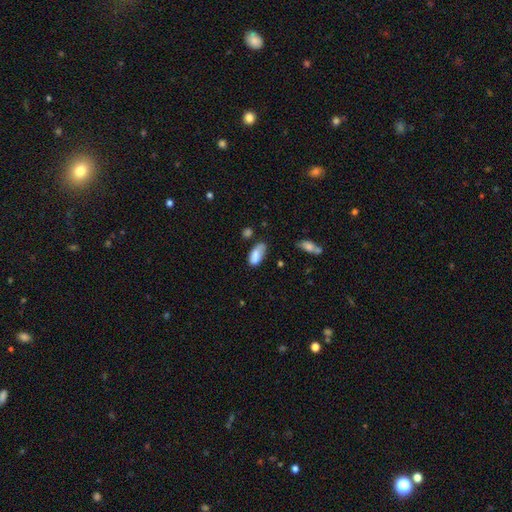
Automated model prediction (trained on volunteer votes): Overall: smooth (78%). How rounded: in between (88%). Merging: none (53%; minor disturbance 32%).